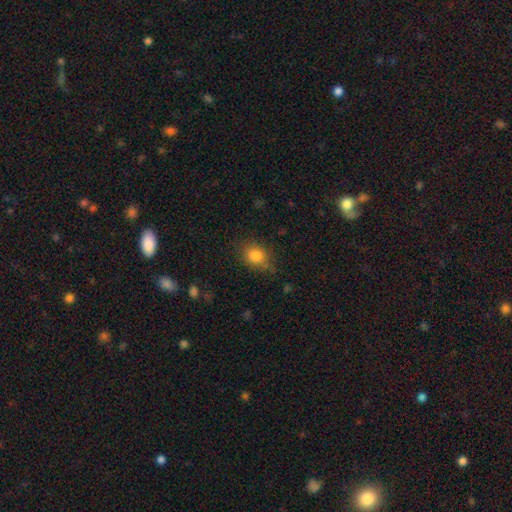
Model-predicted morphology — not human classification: Smooth or featured? Predicted: smooth (p=0.82). How rounded? Predicted: round (p=0.51). Merging? Predicted: none (p=0.73).